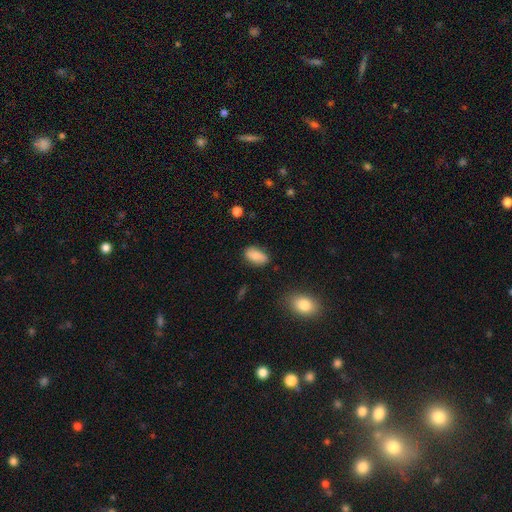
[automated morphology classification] smooth_or_featured: smooth (p=0.81) [alt: featured or disk p=0.12]
how_rounded: in between (p=0.92) [alt: round p=0.05]
merging: none (p=0.81) [alt: minor disturbance p=0.14]